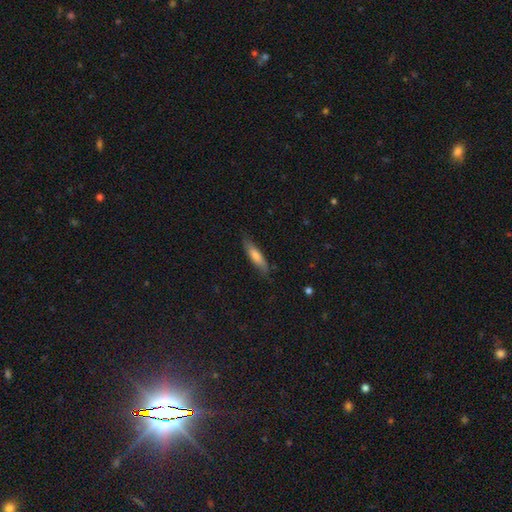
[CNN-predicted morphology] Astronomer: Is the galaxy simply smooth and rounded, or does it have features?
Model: smooth — 65%.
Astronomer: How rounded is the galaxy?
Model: cigar-shaped — 75%.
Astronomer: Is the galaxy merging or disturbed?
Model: none — 80%.